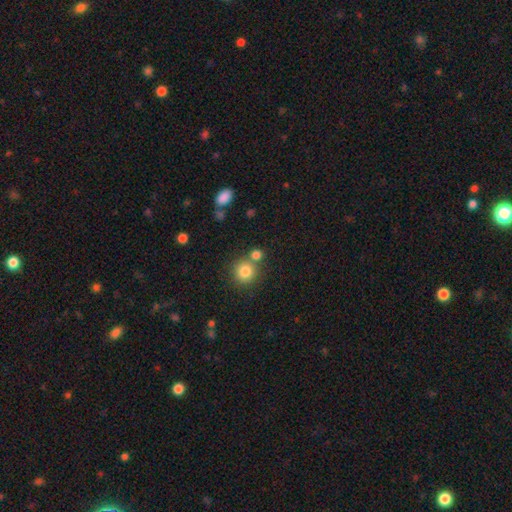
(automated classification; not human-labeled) A smooth galaxy with no disk features (80%) that is round (88%). Merging: none (65%).